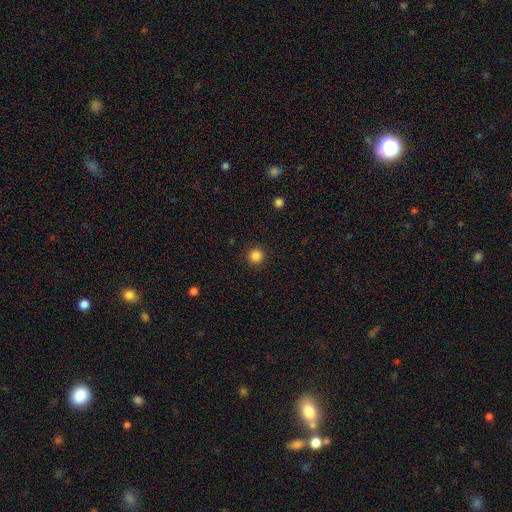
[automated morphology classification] This is clearly a smooth galaxy (86%). How rounded: clearly round (95%). Merging: clearly none (92%).